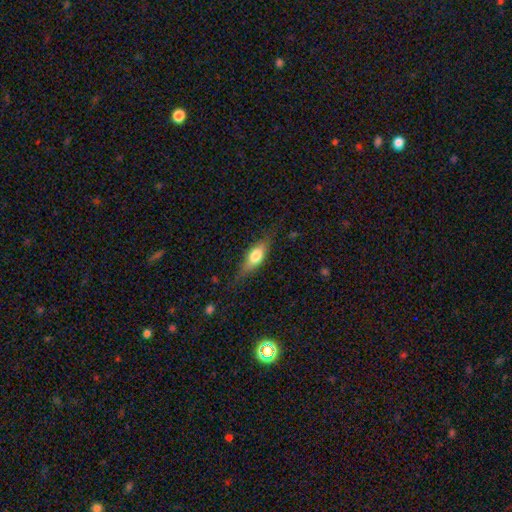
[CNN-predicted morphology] Smooth or featured? Predicted: smooth (p=0.58). How rounded? Predicted: in between (p=0.59). Merging? Predicted: none (p=0.73).